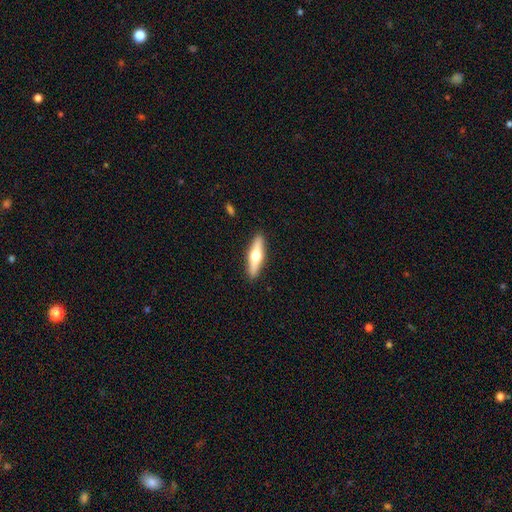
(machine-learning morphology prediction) Q: Smooth or featured?
A: featured or disk (55%); runner-up: smooth (40%)
Q: Edge-on disk?
A: yes (94%); runner-up: no (6%)
Q: Edge-on bulge?
A: rounded (95%); runner-up: boxy (2%)
Q: Merging?
A: none (91%); runner-up: minor disturbance (7%)